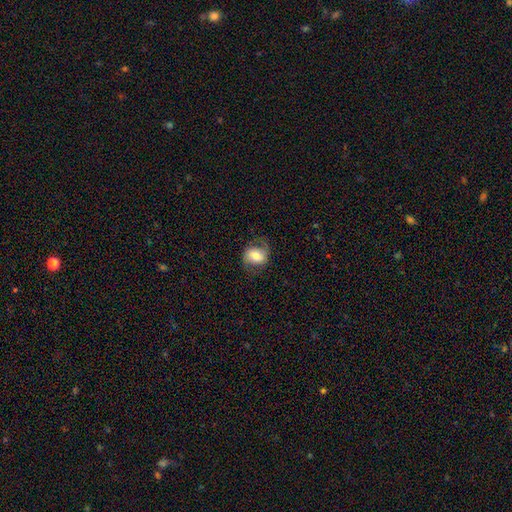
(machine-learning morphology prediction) smooth 54%, featured or disk 37%, star or artifact 8%. Down the decision tree: how rounded — in between (56%); merging — none (70%).